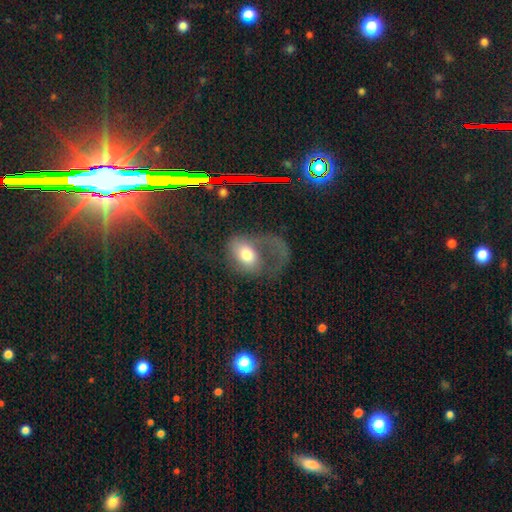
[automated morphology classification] This is possibly a featured or disk galaxy (49%). Merging: possibly none (47%).